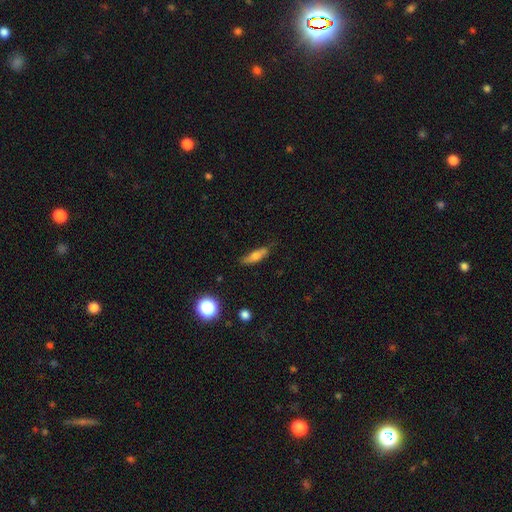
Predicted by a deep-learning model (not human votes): smooth_or_featured: smooth (p=0.64) [alt: featured or disk p=0.27]
how_rounded: cigar-shaped (p=0.57) [alt: in between p=0.40]
merging: none (p=0.71) [alt: minor disturbance p=0.22]